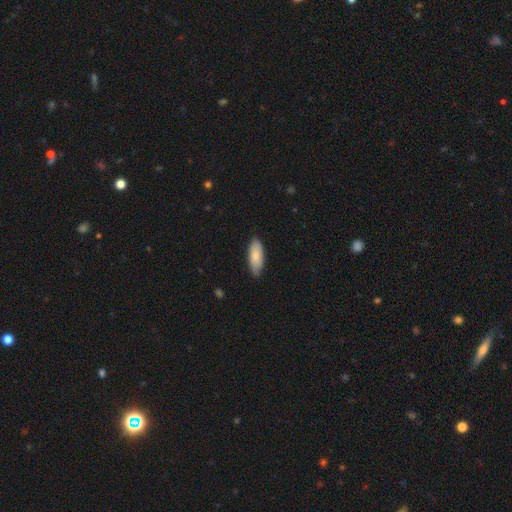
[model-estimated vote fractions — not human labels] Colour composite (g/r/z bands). It shows a smooth galaxy with no disk features (81%) that is in between round and cigar-shaped (77%). Merging: none (81%).